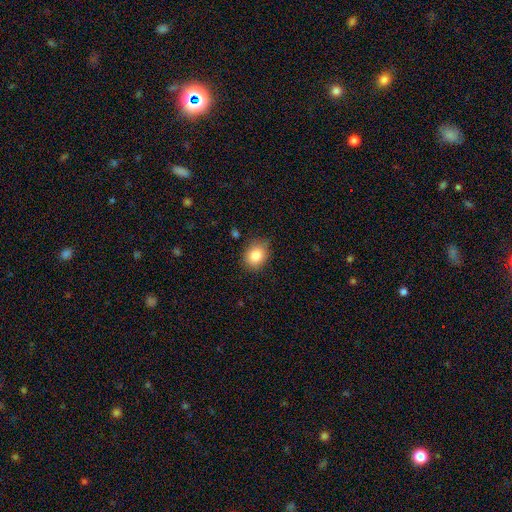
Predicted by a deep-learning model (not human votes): smooth-or-featured: smooth: 85% | star or artifact: 9% | featured or disk: 7%
  how-rounded: in between: 51% | round: 48% | cigar-shaped: 1%
  merging: none: 80% | minor disturbance: 15% | major disturbance: 3% | merger: 2%